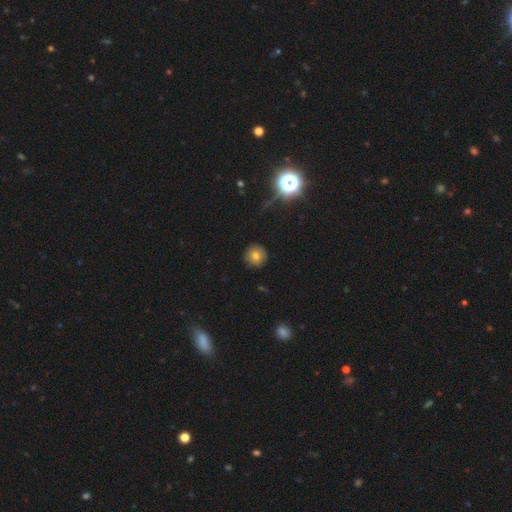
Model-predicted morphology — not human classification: smooth 71%, star or artifact 15%, featured or disk 14%. Down the decision tree: how rounded — round (95%); merging — none (89%).